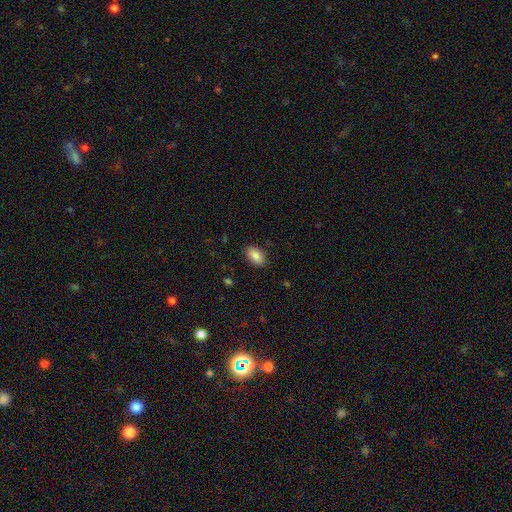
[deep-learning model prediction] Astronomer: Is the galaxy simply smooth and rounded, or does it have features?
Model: smooth — 86%.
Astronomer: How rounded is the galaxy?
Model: in between — 92%.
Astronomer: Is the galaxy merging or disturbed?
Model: none — 87%.